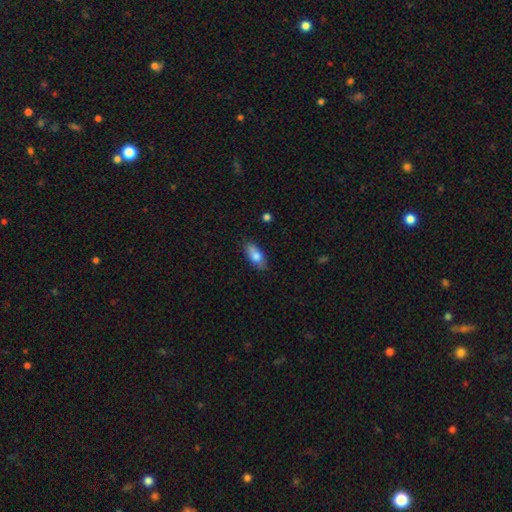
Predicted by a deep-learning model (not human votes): Smooth or featured: smooth — 78% (featured or disk — 15%)
How rounded: in between — 81% (cigar-shaped — 15%)
Merging: none — 76% (minor disturbance — 18%)